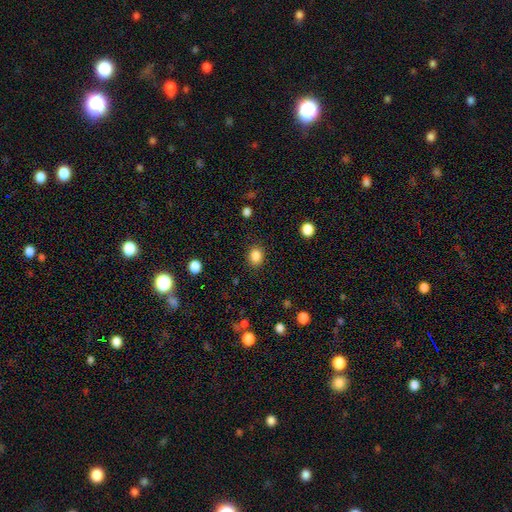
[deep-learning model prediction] Smooth or featured? smooth (85%)
How rounded? round (61%)
Merging? none (87%)